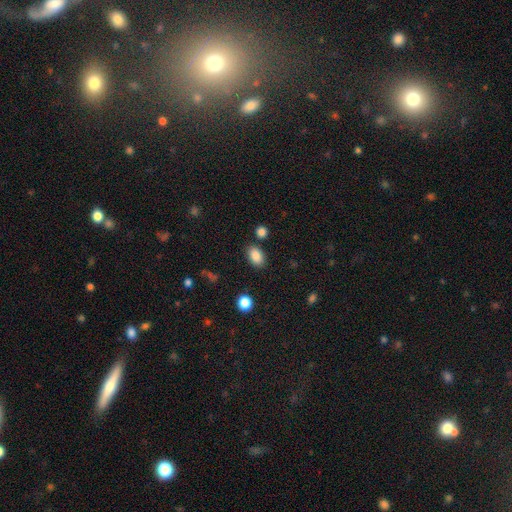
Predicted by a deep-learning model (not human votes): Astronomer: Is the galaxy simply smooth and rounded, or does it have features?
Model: smooth — 87%.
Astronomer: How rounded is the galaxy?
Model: in between — 85%.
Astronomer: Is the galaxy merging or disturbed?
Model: none — 81%.